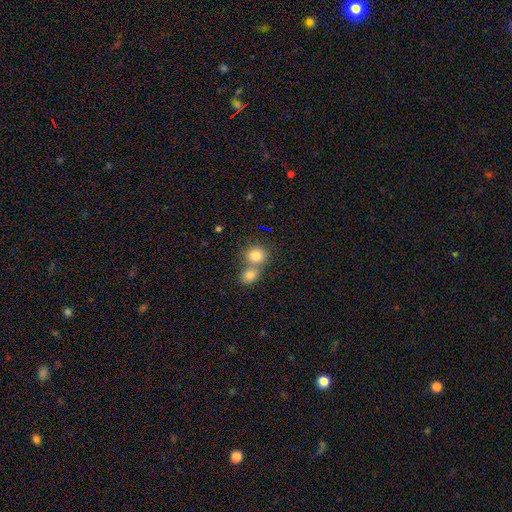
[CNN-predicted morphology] The model was most divided on "merging": merger: 54%, none: 38%, minor disturbance: 6%, major disturbance: 3%. More confident: smooth or featured — smooth (82%); how rounded — round (77%).